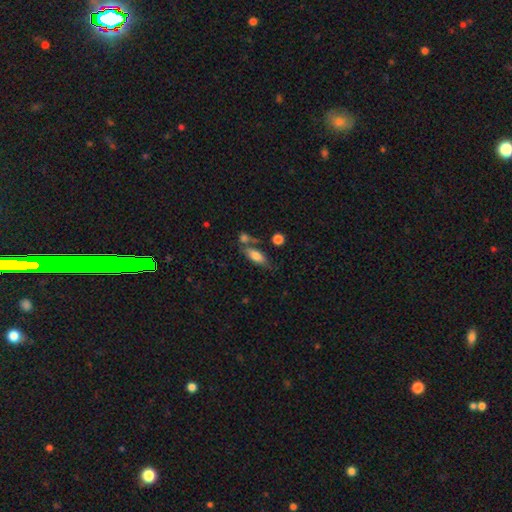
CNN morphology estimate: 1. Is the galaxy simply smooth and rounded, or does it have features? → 71% smooth, 21% featured or disk, 8% star or artifact.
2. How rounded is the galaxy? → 69% in between, 27% cigar-shaped, 4% round.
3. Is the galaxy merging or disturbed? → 56% none, 20% merger, 17% minor disturbance, 7% major disturbance.